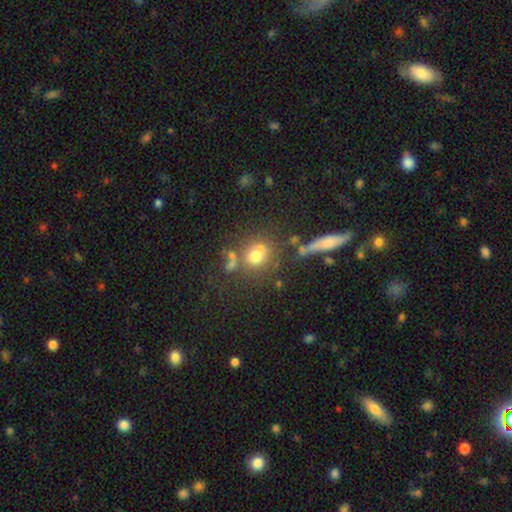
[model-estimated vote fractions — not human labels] The model was most divided on "merging": none: 52%, merger: 26%, minor disturbance: 13%, major disturbance: 9%. More confident: how rounded — round (80%); smooth or featured — smooth (64%).